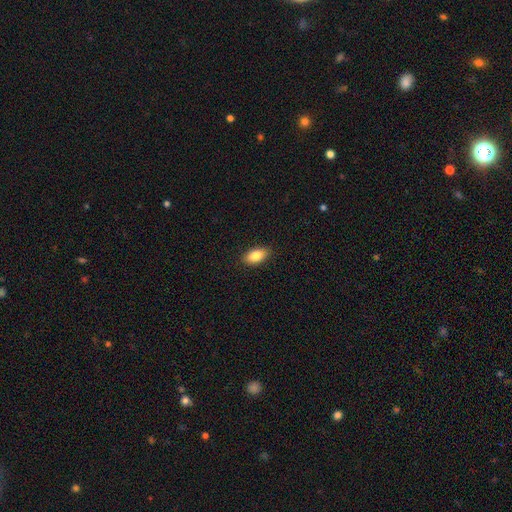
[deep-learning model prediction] Q: Smooth or featured?
A: smooth (84%); runner-up: featured or disk (9%)
Q: How rounded?
A: in between (90%); runner-up: cigar-shaped (6%)
Q: Merging?
A: none (89%); runner-up: minor disturbance (8%)